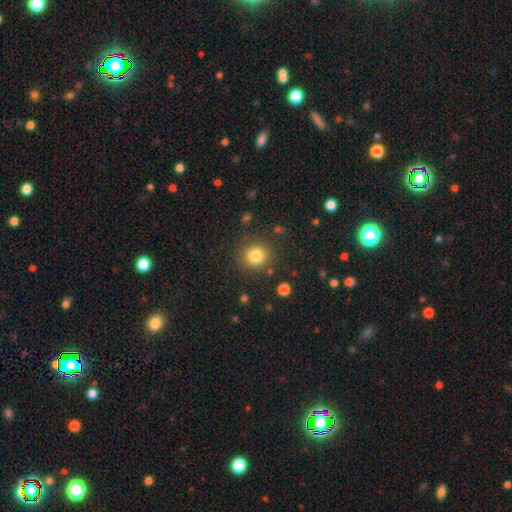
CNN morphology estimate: The model was most divided on "smooth or featured": smooth: 82%, star or artifact: 12%, featured or disk: 6%. More confident: how rounded — round (91%); merging — none (86%).